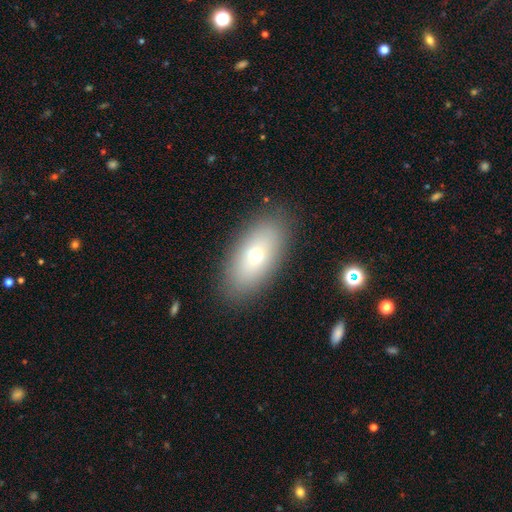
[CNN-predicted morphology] A smooth galaxy with no disk features (66%) that is in between round and cigar-shaped (88%).

Vote fractions:
- Smooth or featured? smooth: 66% / featured or disk: 23% / star or artifact: 10%
- How rounded? in between: 88% / cigar-shaped: 6% / round: 6%
- Merging? none: 87% / minor disturbance: 9% / major disturbance: 3% / merger: 1%